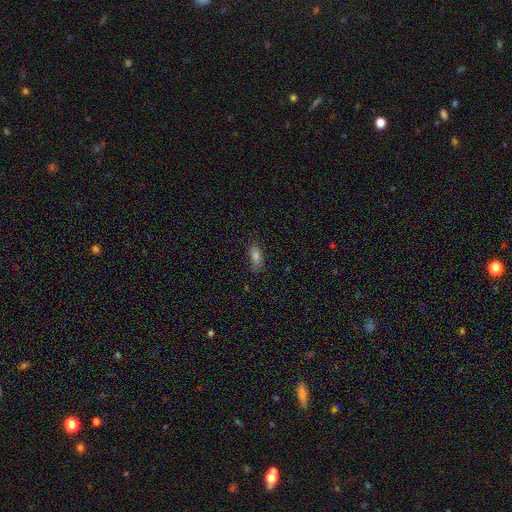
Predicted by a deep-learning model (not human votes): smooth_or_featured: smooth (p=0.76) [alt: star or artifact p=0.13]
how_rounded: in between (p=0.75) [alt: cigar-shaped p=0.20]
merging: none (p=0.75) [alt: minor disturbance p=0.19]